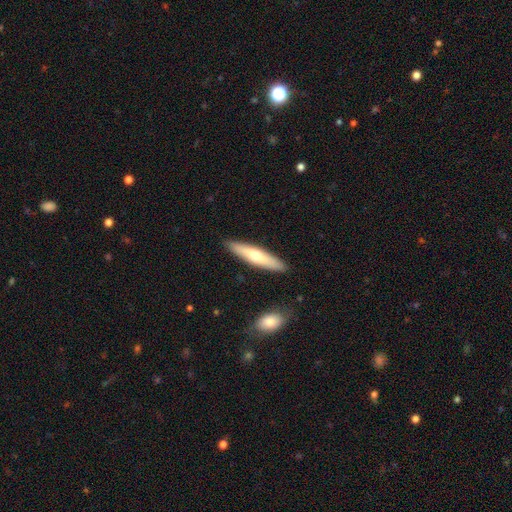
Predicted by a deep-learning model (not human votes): Morphology: type=smooth (58%); roundness=cigar-shaped (84%); merging=none (89%).